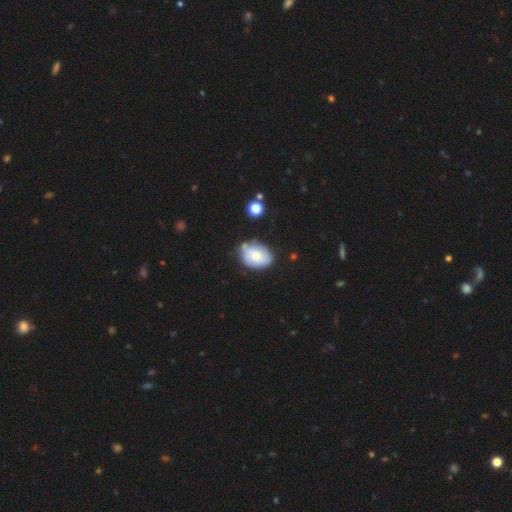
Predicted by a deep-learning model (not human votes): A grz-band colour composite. It shows a smooth galaxy with no disk features (67%) that is in between round and cigar-shaped (71%). Merging: none (61%).